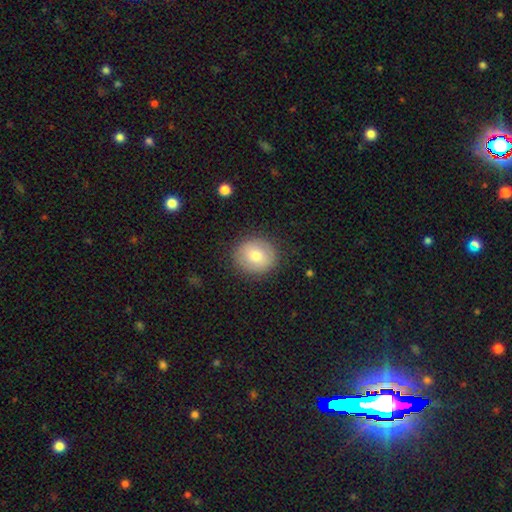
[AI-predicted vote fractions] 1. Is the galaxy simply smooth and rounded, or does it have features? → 75% smooth, 17% featured or disk, 8% star or artifact.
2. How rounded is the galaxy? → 83% round, 16% in between, 1% cigar-shaped.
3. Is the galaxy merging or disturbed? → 88% none, 9% minor disturbance, 3% major disturbance, 1% merger.